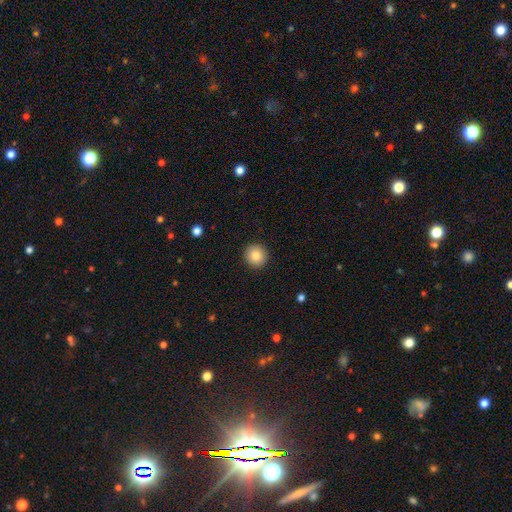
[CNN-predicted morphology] Q: Smooth or featured?
A: smooth (85%); runner-up: star or artifact (9%)
Q: How rounded?
A: round (94%); runner-up: in between (5%)
Q: Merging?
A: none (92%); runner-up: minor disturbance (5%)